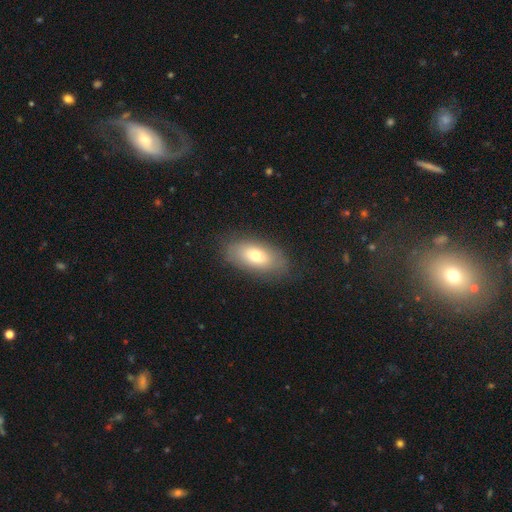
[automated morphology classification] Smooth or featured?
  - smooth: 71% *
  - featured or disk: 21%
  - star or artifact: 8%
How rounded?
  - in between: 90% *
  - cigar-shaped: 5%
  - round: 5%
Merging?
  - none: 82% *
  - minor disturbance: 13%
  - major disturbance: 4%
  - merger: 1%